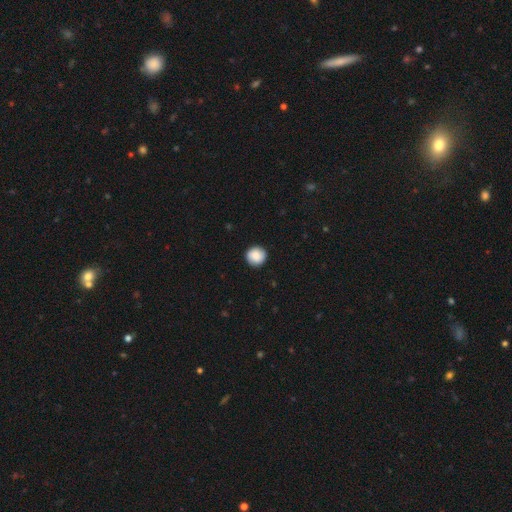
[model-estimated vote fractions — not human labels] smooth 86%, star or artifact 7%, featured or disk 7%. Down the decision tree: how rounded — round (94%); merging — none (90%).